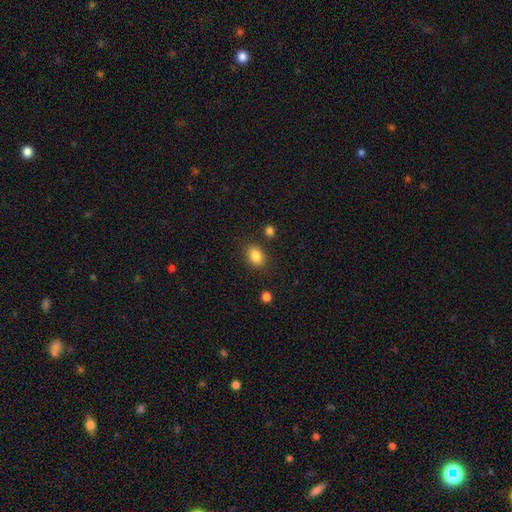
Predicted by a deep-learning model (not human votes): Smooth or featured: smooth — 86% (star or artifact — 9%)
How rounded: in between — 75% (round — 24%)
Merging: none — 83% (minor disturbance — 10%)